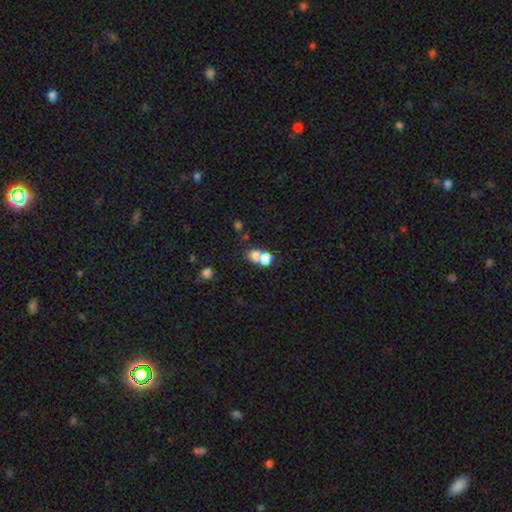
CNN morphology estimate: type=smooth (74%); roundness=round (64%); merging=merger (68%).